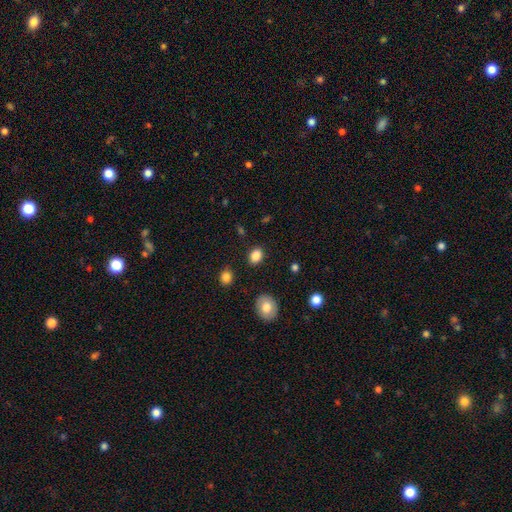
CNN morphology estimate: smooth_or_featured: smooth (p=0.85) [alt: star or artifact p=0.10]
how_rounded: in between (p=0.57) [alt: round p=0.42]
merging: none (p=0.87) [alt: minor disturbance p=0.08]